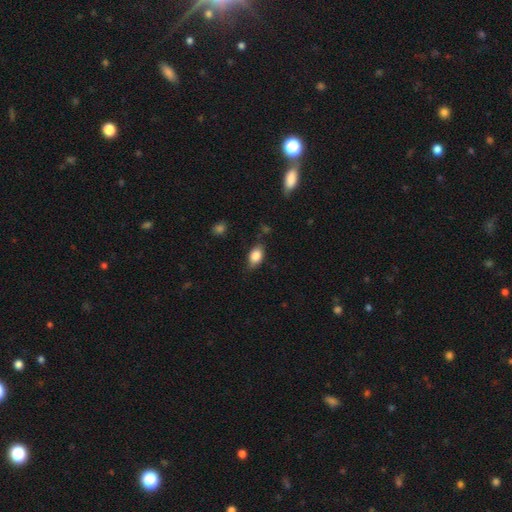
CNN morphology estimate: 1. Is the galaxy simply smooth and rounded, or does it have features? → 83% smooth, 9% featured or disk, 8% star or artifact.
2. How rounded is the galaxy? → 87% in between, 10% round, 3% cigar-shaped.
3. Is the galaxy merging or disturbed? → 75% none, 19% minor disturbance, 4% major disturbance, 2% merger.